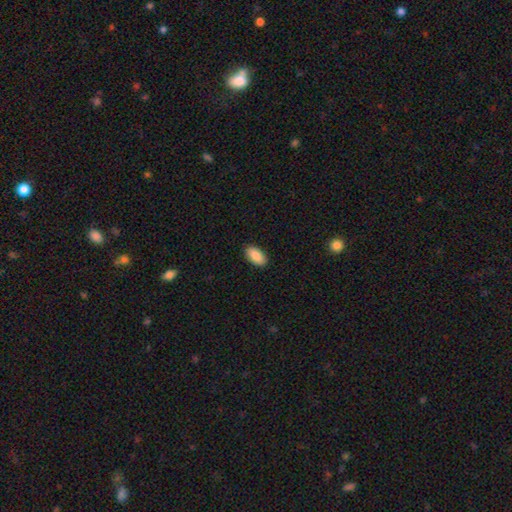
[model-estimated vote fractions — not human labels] The model was most divided on "smooth or featured": smooth: 88%, star or artifact: 6%, featured or disk: 6%. More confident: how rounded — in between (94%); merging — none (90%).